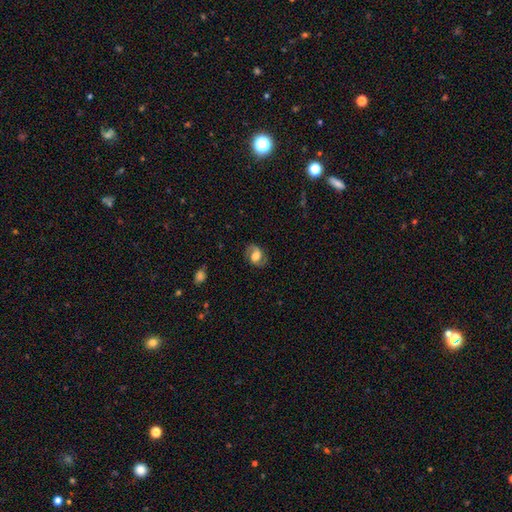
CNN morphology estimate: Smooth or featured? Predicted: featured or disk (p=0.55). Edge-on disk? Predicted: no (p=0.96). Bar? Predicted: no (p=0.47). Spiral arms? Predicted: yes (p=0.83). Bulge size? Predicted: moderate (p=0.46). Merging? Predicted: none (p=0.77).